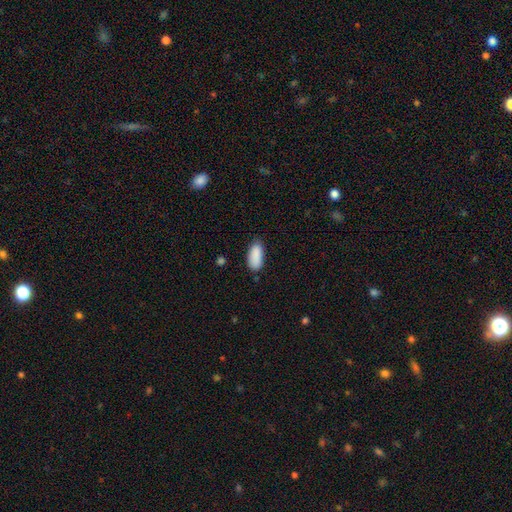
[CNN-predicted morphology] Q: Smooth or featured?
A: smooth (89%); runner-up: star or artifact (7%)
Q: How rounded?
A: in between (90%); runner-up: cigar-shaped (8%)
Q: Merging?
A: none (75%); runner-up: minor disturbance (20%)